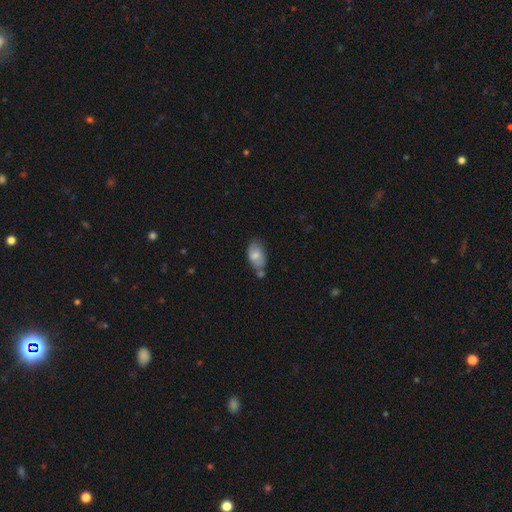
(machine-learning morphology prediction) smooth_or_featured: smooth (p=0.72) [alt: featured or disk p=0.21]
how_rounded: in between (p=0.91) [alt: round p=0.07]
merging: none (p=0.46) [alt: minor disturbance p=0.25]